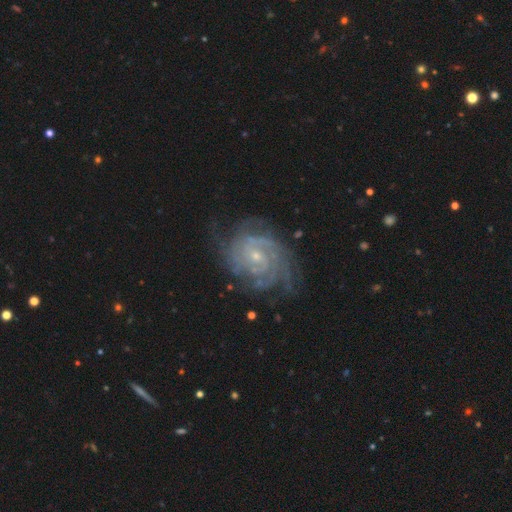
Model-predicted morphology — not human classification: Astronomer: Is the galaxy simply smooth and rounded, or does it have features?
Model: featured or disk — 89%.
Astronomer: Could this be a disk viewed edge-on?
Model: no — 97%.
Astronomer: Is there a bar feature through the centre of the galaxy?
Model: no — 63%.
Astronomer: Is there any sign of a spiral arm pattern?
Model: yes — 98%.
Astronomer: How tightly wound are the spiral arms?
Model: tight — 75%.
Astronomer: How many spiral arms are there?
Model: can't tell — 28% (runner-up: 4, 19%).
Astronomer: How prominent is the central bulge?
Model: small — 71%.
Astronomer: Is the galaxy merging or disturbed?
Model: none — 72%.